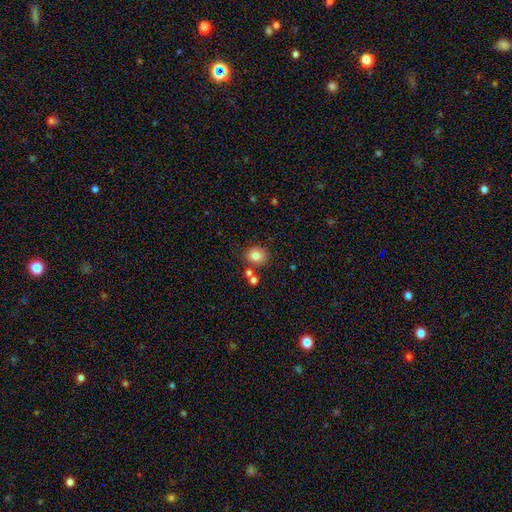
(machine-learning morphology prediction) smooth-or-featured: smooth: 82% | star or artifact: 11% | featured or disk: 7%
  how-rounded: round: 67% | in between: 32% | cigar-shaped: 1%
  merging: none: 76% | minor disturbance: 11% | merger: 10% | major disturbance: 3%